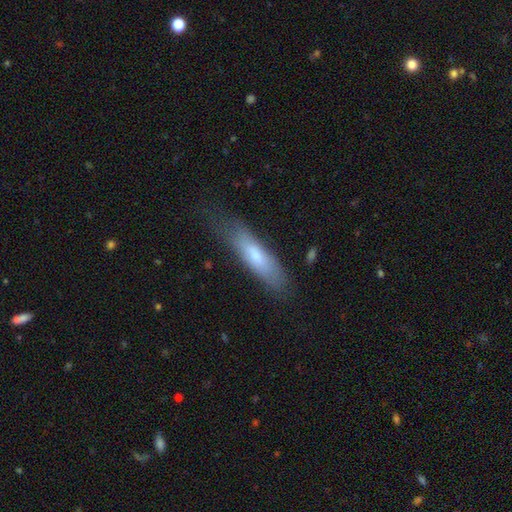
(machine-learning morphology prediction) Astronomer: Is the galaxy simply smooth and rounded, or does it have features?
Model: smooth — 67%.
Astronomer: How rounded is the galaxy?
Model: cigar-shaped — 64%.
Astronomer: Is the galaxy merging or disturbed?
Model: none — 63%.